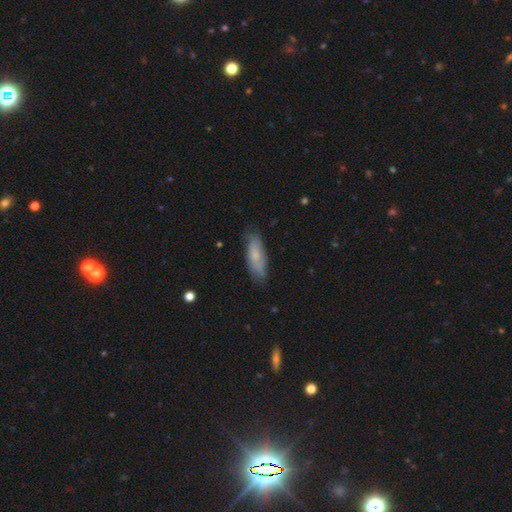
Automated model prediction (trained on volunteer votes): Smooth or featured: smooth — 64% (featured or disk — 29%)
How rounded: in between — 60% (cigar-shaped — 38%)
Merging: none — 71% (minor disturbance — 23%)